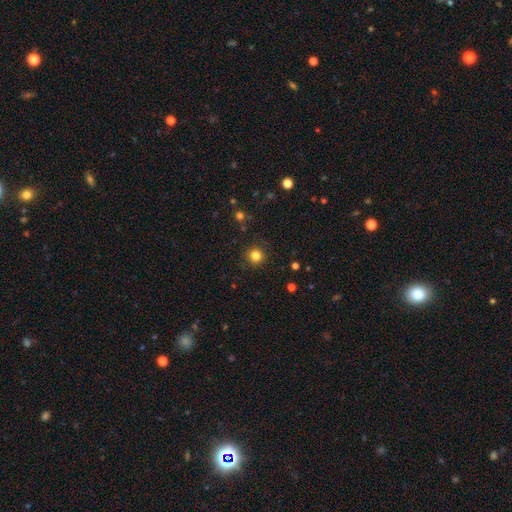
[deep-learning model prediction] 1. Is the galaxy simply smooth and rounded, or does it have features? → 82% smooth, 13% star or artifact, 5% featured or disk.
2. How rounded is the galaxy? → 94% round, 5% in between, 1% cigar-shaped.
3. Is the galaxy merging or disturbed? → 90% none, 6% minor disturbance, 2% major disturbance, 1% merger.